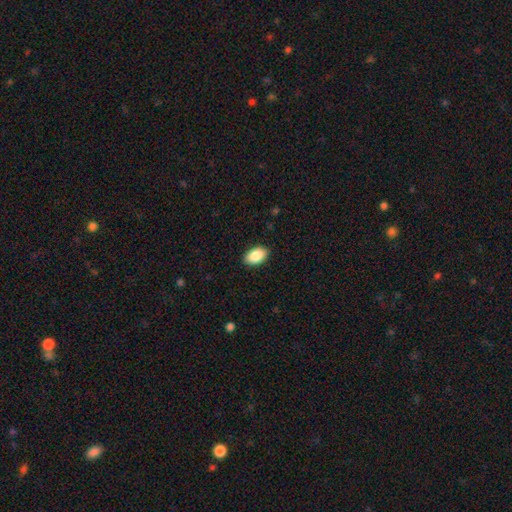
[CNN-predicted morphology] smooth-or-featured: smooth: 88% | star or artifact: 7% | featured or disk: 5%
  how-rounded: in between: 93% | round: 6% | cigar-shaped: 1%
  merging: none: 90% | minor disturbance: 7% | major disturbance: 2% | merger: 1%